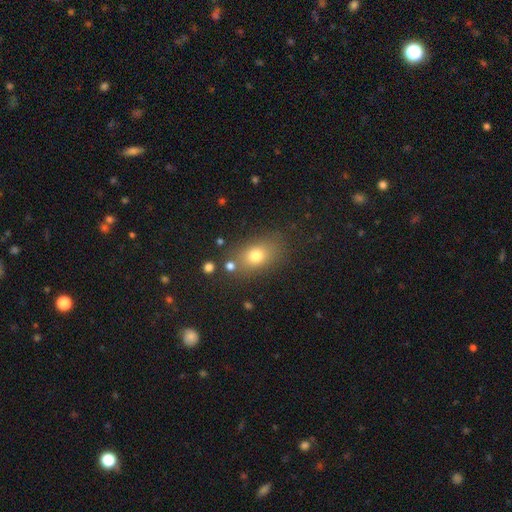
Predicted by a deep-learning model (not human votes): Smooth or featured? Predicted: smooth (p=0.75). How rounded? Predicted: in between (p=0.70). Merging? Predicted: none (p=0.74).